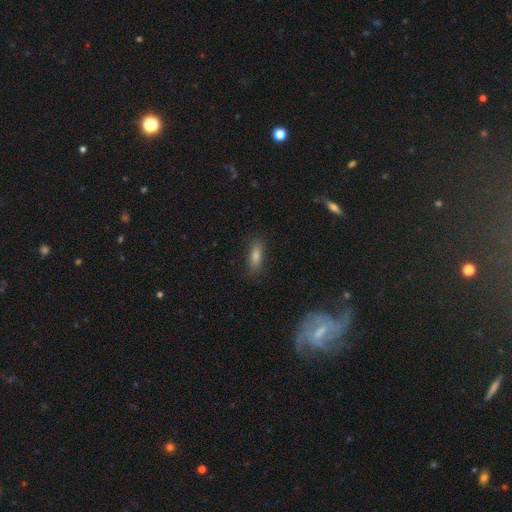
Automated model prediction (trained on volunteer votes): Smooth or featured: smooth — 67% (featured or disk — 21%)
How rounded: in between — 59% (cigar-shaped — 36%)
Merging: none — 82% (minor disturbance — 12%)